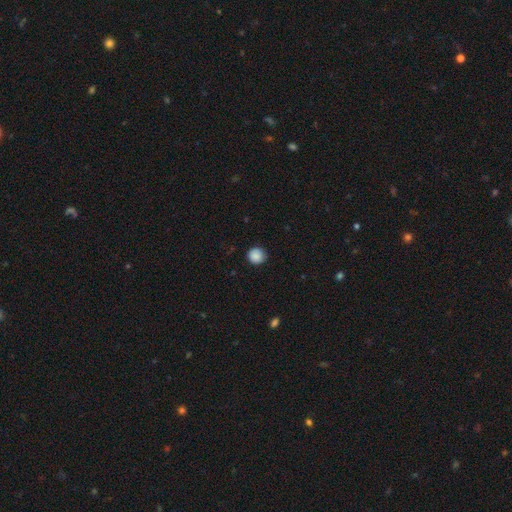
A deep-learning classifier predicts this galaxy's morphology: smooth_or_featured: smooth (p=0.87) [alt: star or artifact p=0.09]
how_rounded: round (p=0.93) [alt: in between p=0.06]
merging: none (p=0.86) [alt: minor disturbance p=0.11]